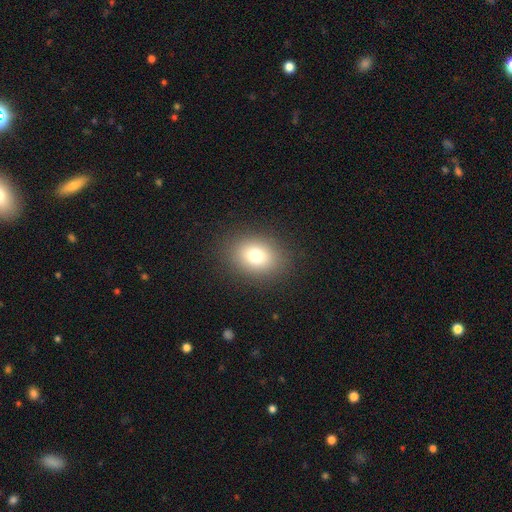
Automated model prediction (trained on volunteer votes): A smooth galaxy with no disk features (76%) that is in between round and cigar-shaped (53%).

Vote fractions:
- Smooth or featured? smooth: 76% / star or artifact: 13% / featured or disk: 11%
- How rounded? in between: 53% / round: 46% / cigar-shaped: 1%
- Merging? none: 87% / minor disturbance: 8% / major disturbance: 4% / merger: 1%